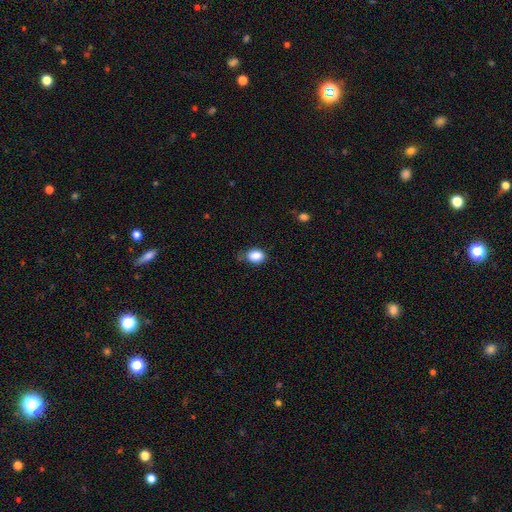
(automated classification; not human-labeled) Morphology: type=smooth (87%); roundness=in between (70%); merging=none (63%).